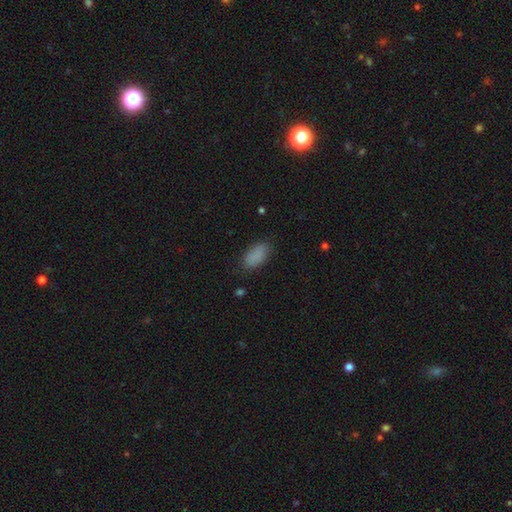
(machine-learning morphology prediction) Smooth or featured: smooth — 86% (star or artifact — 9%)
How rounded: in between — 92% (cigar-shaped — 5%)
Merging: none — 82% (minor disturbance — 13%)